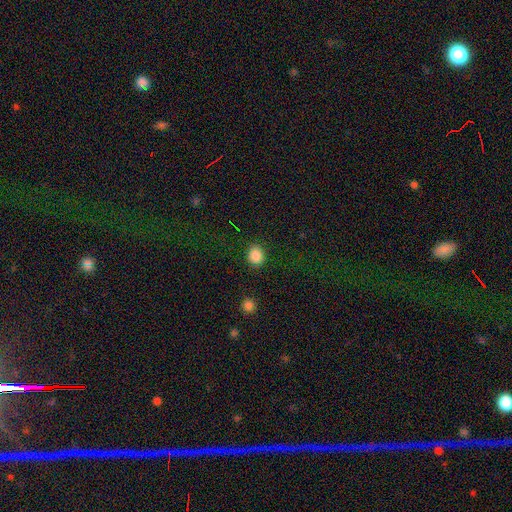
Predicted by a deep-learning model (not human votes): The model was most divided on "how rounded": round: 72%, in between: 27%, cigar-shaped: 1%. More confident: merging — none (88%); smooth or featured — smooth (86%).